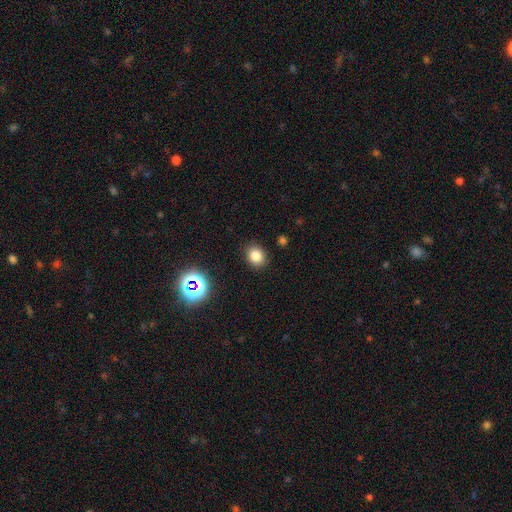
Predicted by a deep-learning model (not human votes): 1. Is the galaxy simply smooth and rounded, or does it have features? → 79% smooth, 15% star or artifact, 6% featured or disk.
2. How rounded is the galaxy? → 63% round, 36% in between, 1% cigar-shaped.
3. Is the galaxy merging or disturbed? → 88% none, 8% minor disturbance, 3% major disturbance, 1% merger.